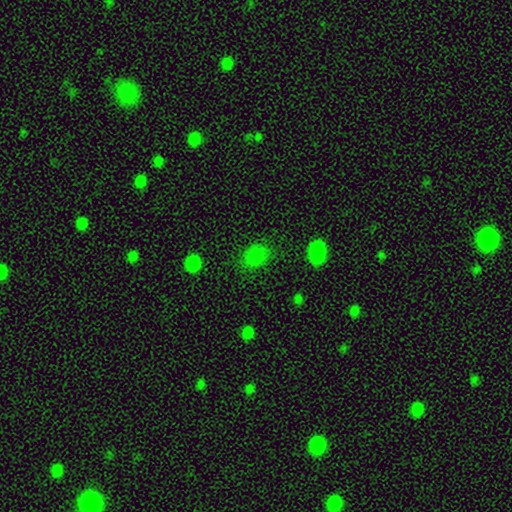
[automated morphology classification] Smooth or featured? smooth (81%)
How rounded? round (56%)
Merging? none (81%)